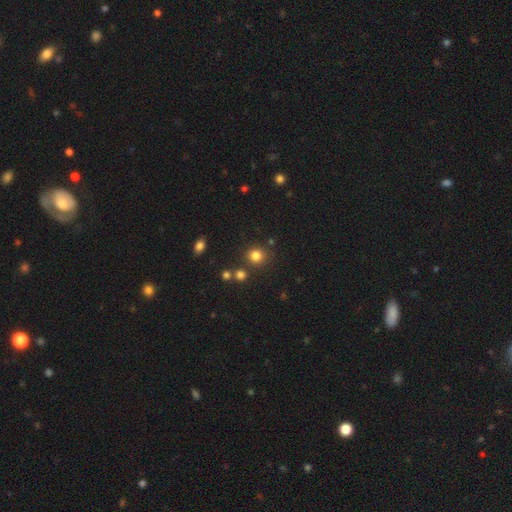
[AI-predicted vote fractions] smooth-or-featured: smooth: 81% | star or artifact: 14% | featured or disk: 5%
  how-rounded: round: 87% | in between: 12% | cigar-shaped: 1%
  merging: none: 82% | minor disturbance: 8% | merger: 7% | major disturbance: 3%